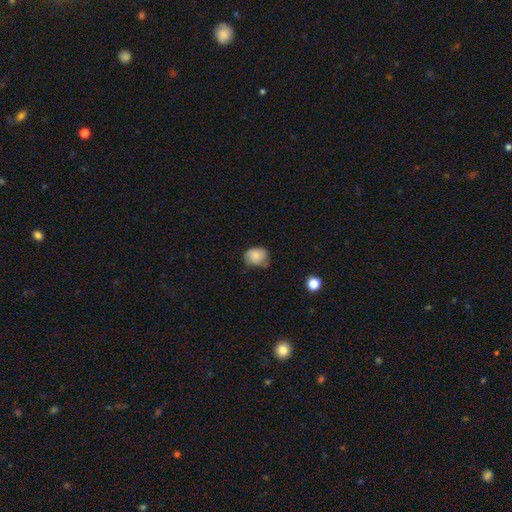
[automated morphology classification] Smooth or featured: smooth — 82% (featured or disk — 9%)
How rounded: round — 58% (in between — 41%)
Merging: none — 56% (minor disturbance — 34%)